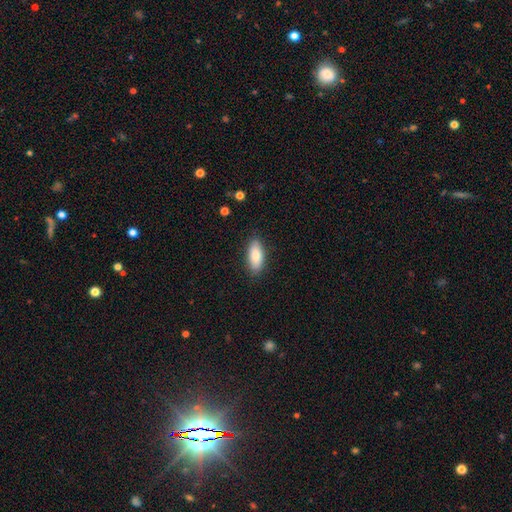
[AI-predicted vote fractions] This appears to be a smooth galaxy with no disk features (82%) that is in between round and cigar-shaped (83%). Merging: none (86%).